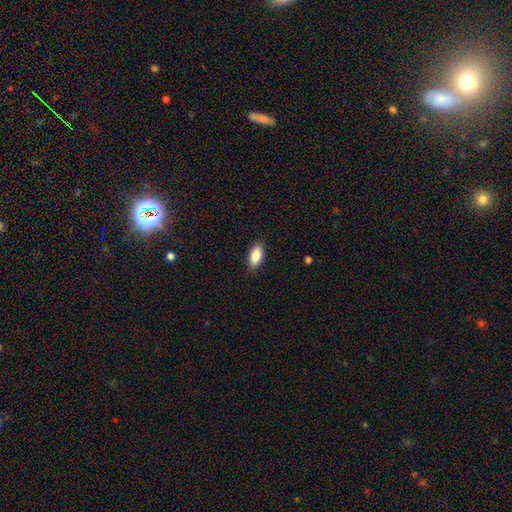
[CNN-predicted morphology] Q: Smooth or featured?
A: smooth (88%); runner-up: star or artifact (6%)
Q: How rounded?
A: in between (91%); runner-up: cigar-shaped (6%)
Q: Merging?
A: none (88%); runner-up: minor disturbance (9%)